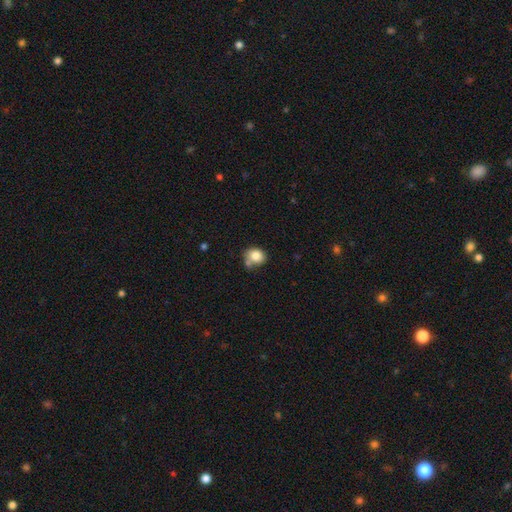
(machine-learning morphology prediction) This is clearly a smooth galaxy (81%). How rounded: likely round (64%). Merging: possibly none (53%).